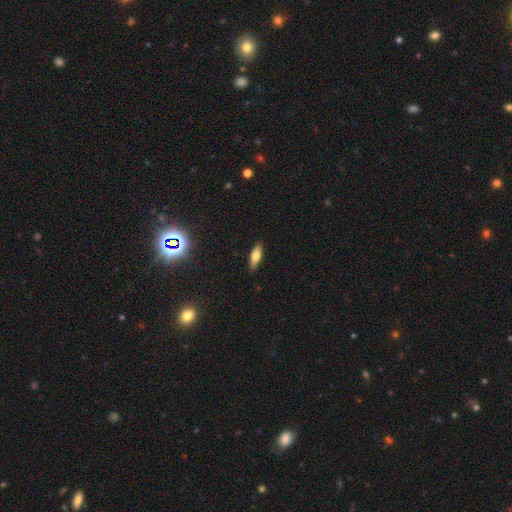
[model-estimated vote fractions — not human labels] Q: Smooth or featured?
A: smooth (69%); runner-up: featured or disk (23%)
Q: How rounded?
A: in between (56%); runner-up: cigar-shaped (41%)
Q: Merging?
A: none (88%); runner-up: minor disturbance (9%)